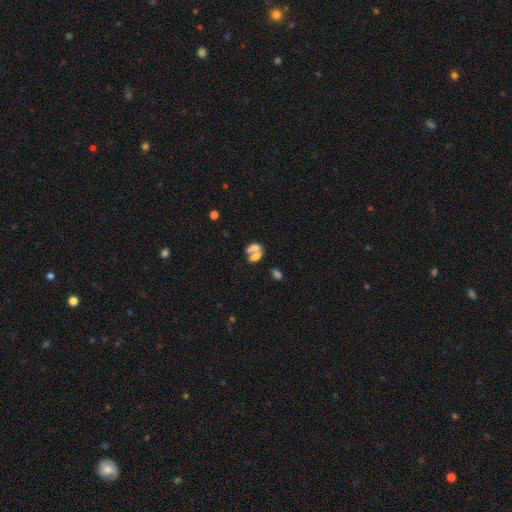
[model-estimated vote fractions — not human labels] Smooth or featured? smooth (58%)
How rounded? in between (77%)
Merging? merger (62%)